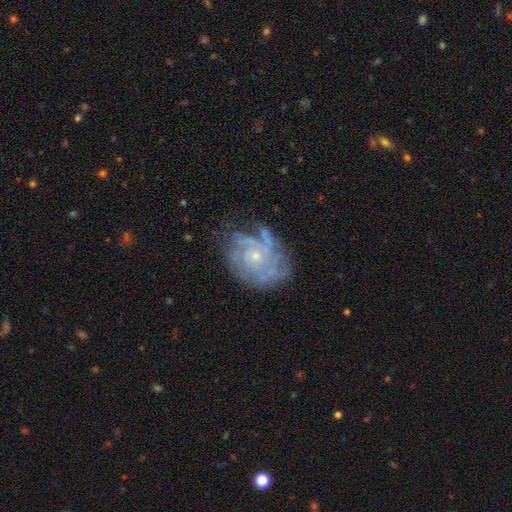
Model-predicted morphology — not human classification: Smooth or featured: featured or disk — 83% (smooth — 9%)
Edge-on disk: no — 97% (yes — 3%)
Bar: no — 79% (weak — 18%)
Spiral arms: yes — 95% (no — 5%)
Spiral winding: tight — 63% (medium — 29%)
Spiral arm count: can't tell — 29% (4 — 25%)
Bulge size: small — 77% (moderate — 19%)
Merging: none — 66% (minor disturbance — 21%)